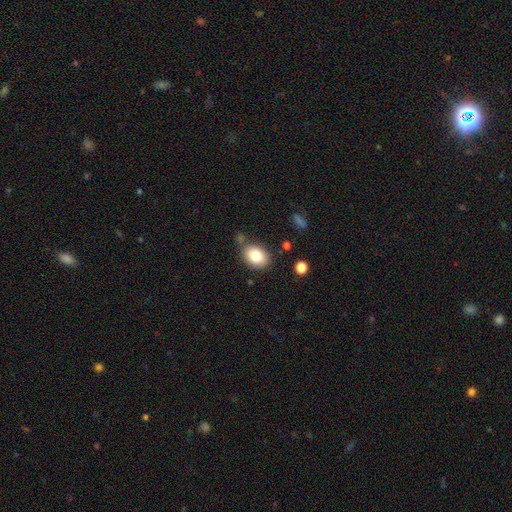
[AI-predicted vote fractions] Smooth or featured: smooth — 81% (featured or disk — 10%)
How rounded: in between — 71% (round — 28%)
Merging: none — 74% (minor disturbance — 15%)